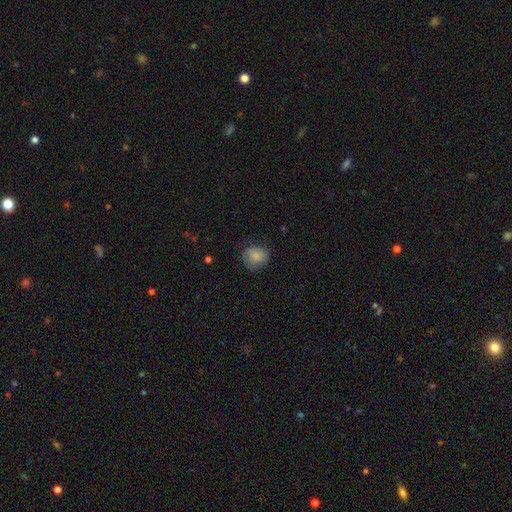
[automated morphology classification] smooth 84%, star or artifact 8%, featured or disk 8%. Down the decision tree: how rounded — round (74%); merging — none (72%).